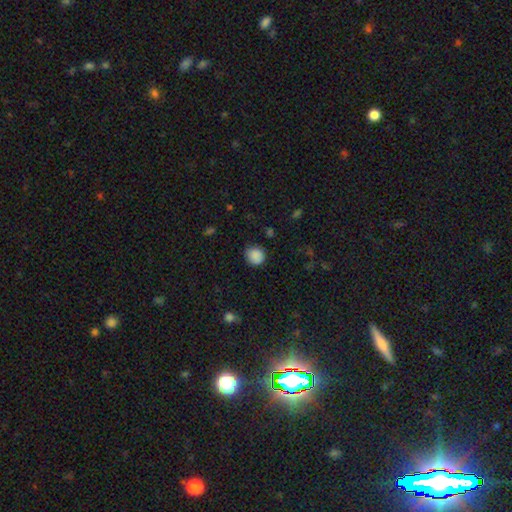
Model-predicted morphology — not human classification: smooth 87%, star or artifact 9%, featured or disk 4%. Down the decision tree: how rounded — round (86%); merging — none (81%).